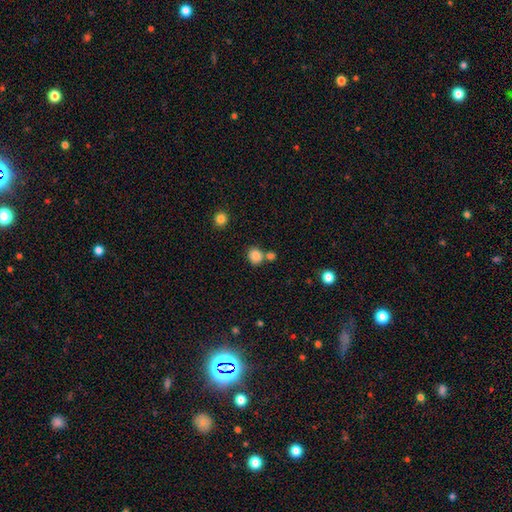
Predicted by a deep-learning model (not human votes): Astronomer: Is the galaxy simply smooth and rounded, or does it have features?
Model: smooth — 85%.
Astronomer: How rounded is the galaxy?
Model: round — 72%.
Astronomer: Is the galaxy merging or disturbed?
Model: none — 62%.